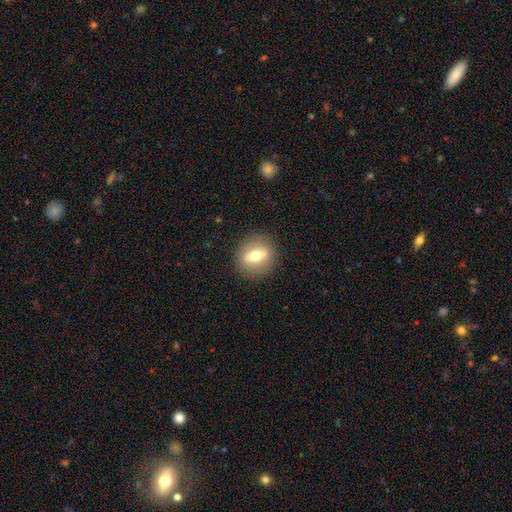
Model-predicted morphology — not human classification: smooth-or-featured: featured or disk: 47% | smooth: 44% | star or artifact: 8%
  merging: none: 88% | minor disturbance: 8% | major disturbance: 3% | merger: 1%